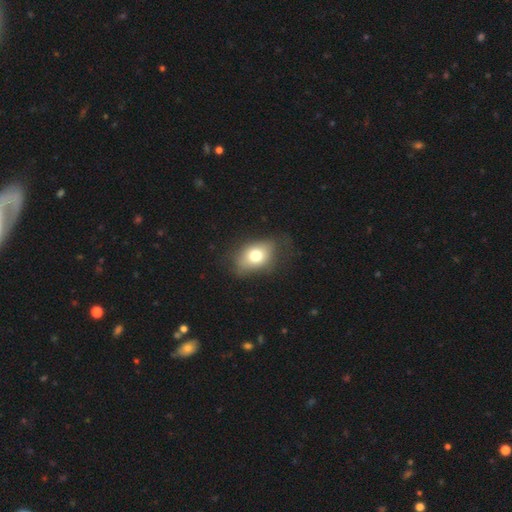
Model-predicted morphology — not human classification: A smooth galaxy with no disk features (73%) that is in between round and cigar-shaped (76%). Merging: none (64%).